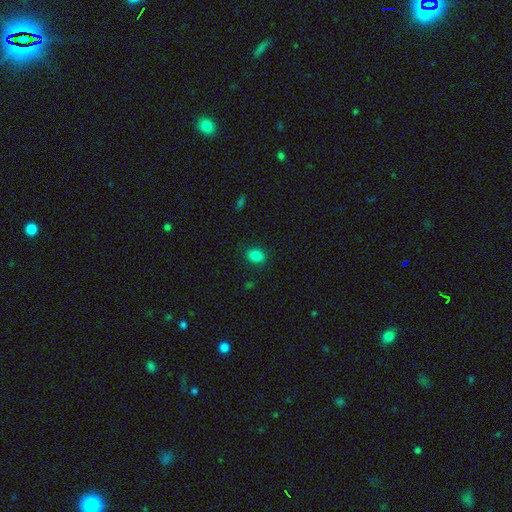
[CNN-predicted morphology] Smooth or featured? smooth (84%)
How rounded? in between (65%)
Merging? none (85%)